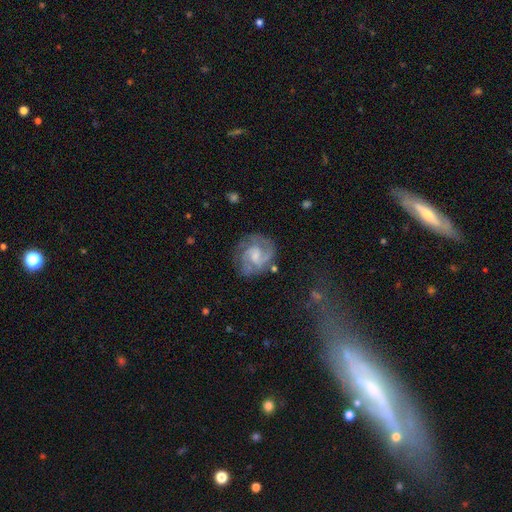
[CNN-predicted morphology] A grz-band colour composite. It shows a featured or disk galaxy (83%) with a weak bar (48%), 2 (55%) medium (48%) spiral arms (95%) and a small central bulge (40%). Merging: none (70%).